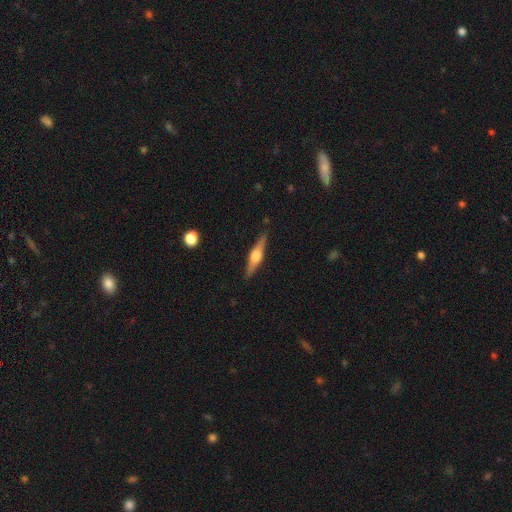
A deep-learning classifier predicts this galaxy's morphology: featured or disk 72%, smooth 22%, star or artifact 6%. Down the decision tree: edge-on disk — yes (98%); edge-on bulge — rounded (87%); merging — none (89%).